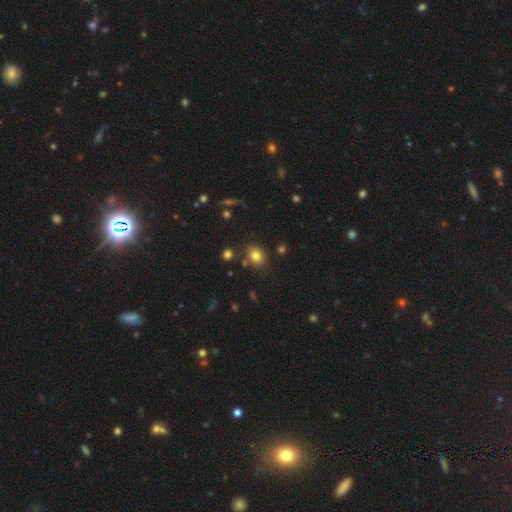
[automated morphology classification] smooth-or-featured: smooth: 80% | star or artifact: 13% | featured or disk: 7%
  how-rounded: round: 59% | in between: 40% | cigar-shaped: 1%
  merging: none: 81% | minor disturbance: 11% | merger: 6% | major disturbance: 3%